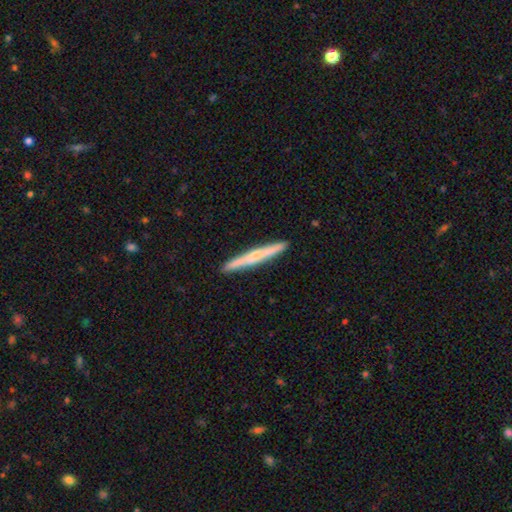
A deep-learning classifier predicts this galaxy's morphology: Overall: featured or disk (51%; smooth 44%). Edge-on disk: yes (96%). Merging: none (92%).